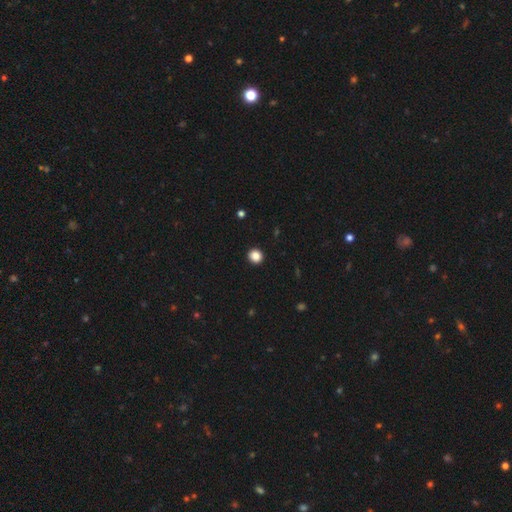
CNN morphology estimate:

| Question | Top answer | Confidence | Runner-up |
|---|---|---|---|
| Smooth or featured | smooth | 86% | star or artifact (11%) |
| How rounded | round | 91% | in between (8%) |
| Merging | none | 93% | minor disturbance (4%) |